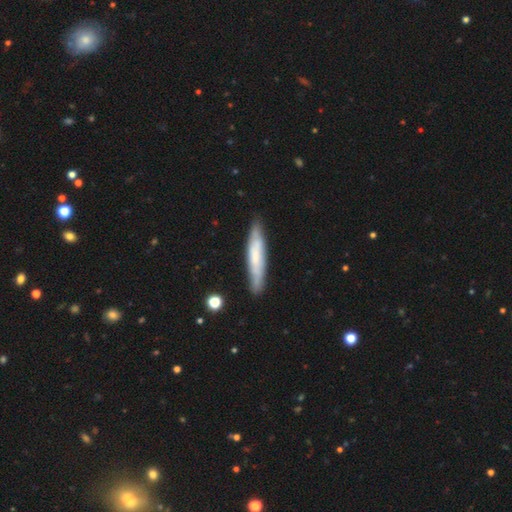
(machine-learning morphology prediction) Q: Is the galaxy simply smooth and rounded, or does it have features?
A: smooth — 52%.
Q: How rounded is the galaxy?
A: cigar-shaped — 87%.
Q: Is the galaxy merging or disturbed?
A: none — 82%.